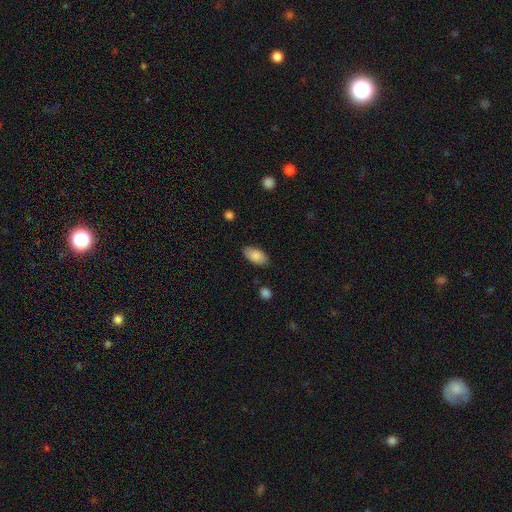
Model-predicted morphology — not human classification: type=smooth (87%); roundness=in between (94%); merging=none (84%).